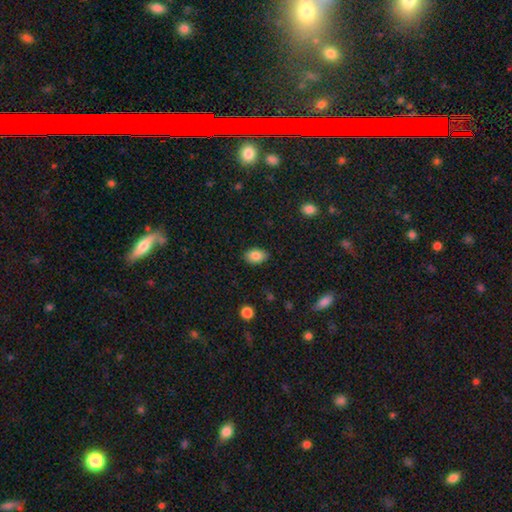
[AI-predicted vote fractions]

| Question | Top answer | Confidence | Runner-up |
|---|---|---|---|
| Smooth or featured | smooth | 86% | star or artifact (8%) |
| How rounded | in between | 86% | round (13%) |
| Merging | none | 86% | minor disturbance (11%) |